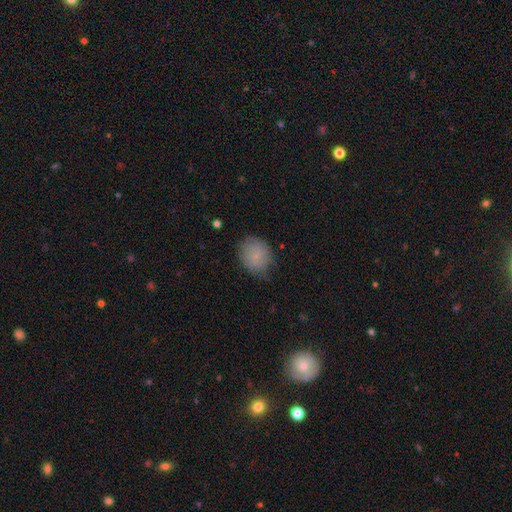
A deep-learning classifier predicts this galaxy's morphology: smooth 79%, featured or disk 12%, star or artifact 9%. Down the decision tree: how rounded — round (61%); merging — none (70%).